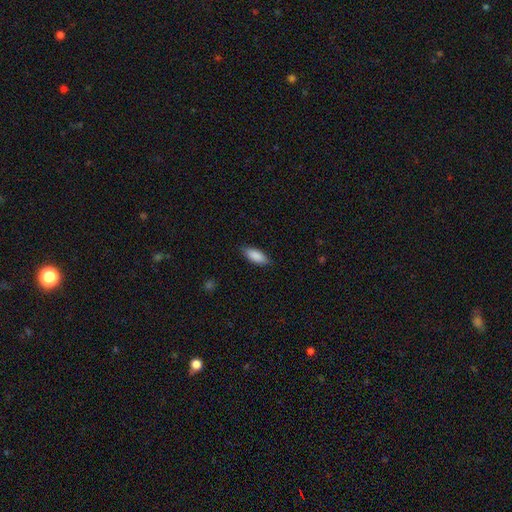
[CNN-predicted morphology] A smooth galaxy with no disk features (88%) that is in between round and cigar-shaped (76%).

Vote fractions:
- Smooth or featured? smooth: 88% / featured or disk: 6% / star or artifact: 6%
- How rounded? in between: 76% / cigar-shaped: 22% / round: 2%
- Merging? none: 85% / minor disturbance: 12% / major disturbance: 2% / merger: 1%